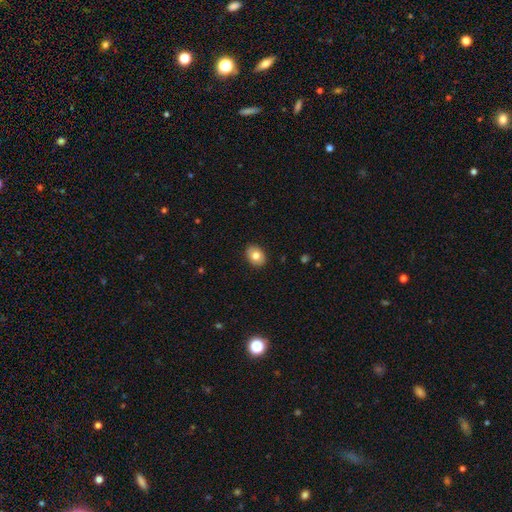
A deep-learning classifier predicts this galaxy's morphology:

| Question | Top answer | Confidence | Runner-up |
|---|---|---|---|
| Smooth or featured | smooth | 80% | featured or disk (12%) |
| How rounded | in between | 64% | round (35%) |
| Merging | none | 88% | minor disturbance (9%) |